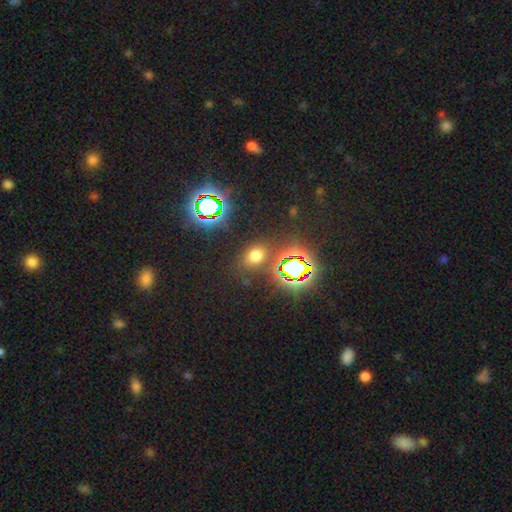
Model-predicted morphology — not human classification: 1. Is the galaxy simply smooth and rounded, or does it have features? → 56% smooth, 37% star or artifact, 7% featured or disk.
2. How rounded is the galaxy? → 60% in between, 38% round, 2% cigar-shaped.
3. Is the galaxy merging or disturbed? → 83% none, 9% minor disturbance, 4% merger, 4% major disturbance.